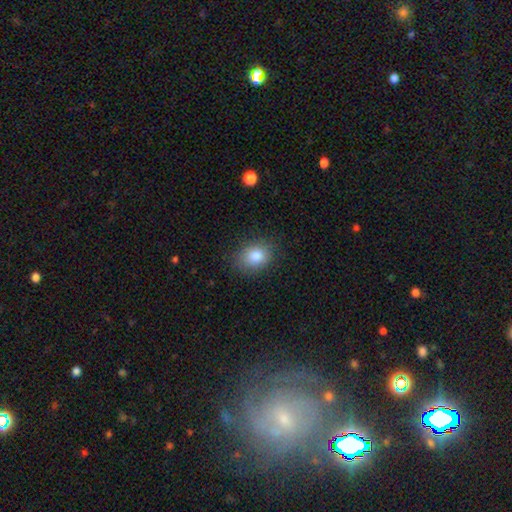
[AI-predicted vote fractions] This appears to be a smooth galaxy with no disk features (84%) that is in between round and cigar-shaped (57%). Merging: none (81%).